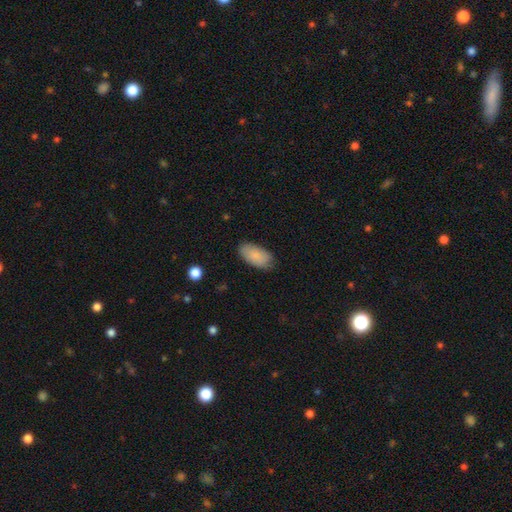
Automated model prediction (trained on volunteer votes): Q: Smooth or featured?
A: smooth (87%); runner-up: featured or disk (7%)
Q: How rounded?
A: in between (95%); runner-up: cigar-shaped (3%)
Q: Merging?
A: none (80%); runner-up: minor disturbance (16%)